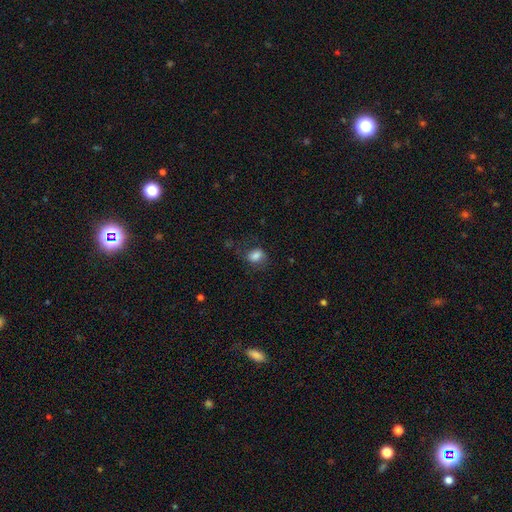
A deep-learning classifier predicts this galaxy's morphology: This is likely a smooth galaxy (80%). How rounded: likely in between (70%). Merging: likely none (61%).